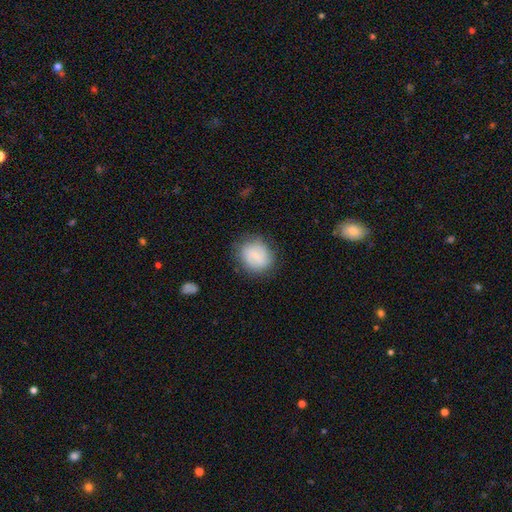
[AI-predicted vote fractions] This is likely a smooth galaxy (69%). How rounded: likely round (76%). Merging: likely none (80%).